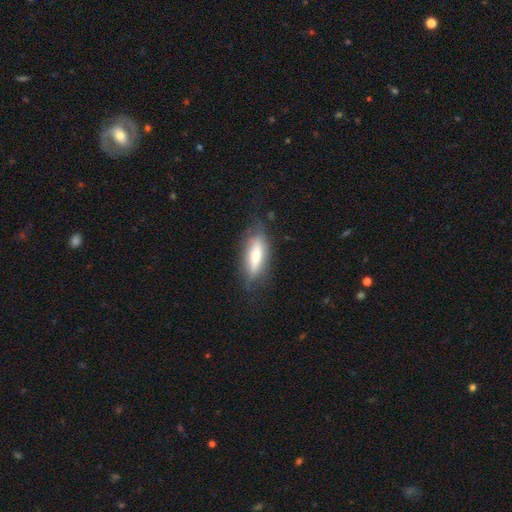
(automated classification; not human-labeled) Overall: smooth (55%; featured or disk 38%). How rounded: in between (55%; cigar-shaped 42%). Merging: none (73%).